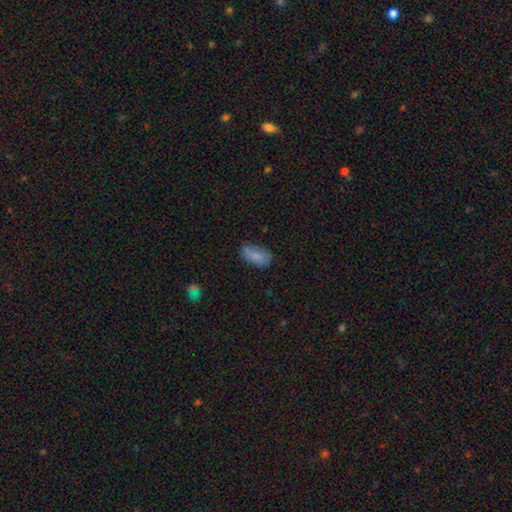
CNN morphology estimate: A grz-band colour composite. It shows a smooth galaxy with no disk features (80%) that is in between round and cigar-shaped (91%). Merging: none (65%).